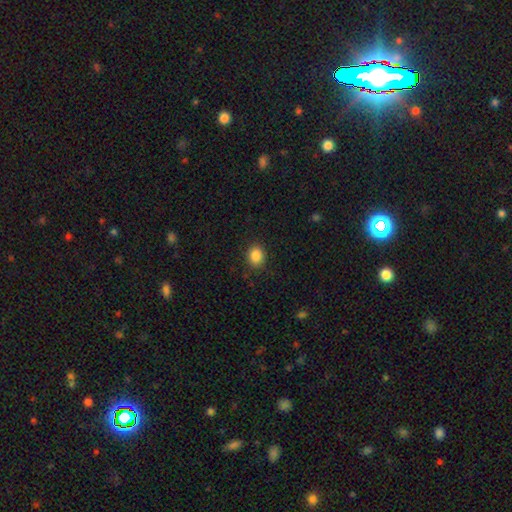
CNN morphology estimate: The model was most divided on "how rounded": round: 63%, in between: 36%, cigar-shaped: 1%. More confident: merging — none (88%); smooth or featured — smooth (86%).